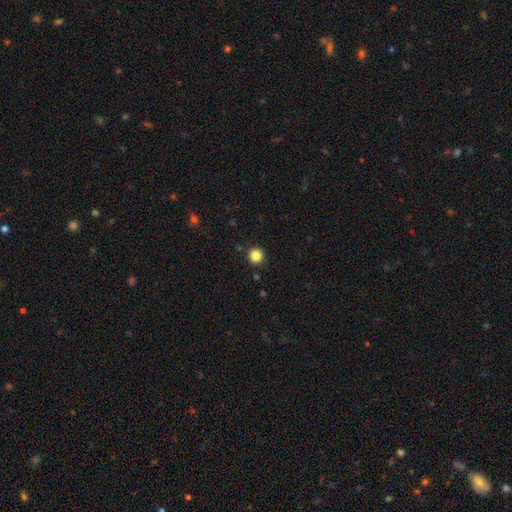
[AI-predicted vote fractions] Q: Smooth or featured?
A: smooth (85%); runner-up: star or artifact (12%)
Q: How rounded?
A: round (95%); runner-up: in between (5%)
Q: Merging?
A: none (92%); runner-up: minor disturbance (5%)